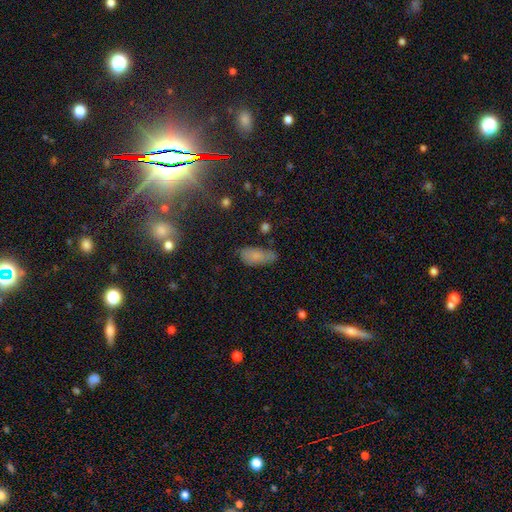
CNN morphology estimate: type=smooth (73%); roundness=in between (85%); merging=none (53%).